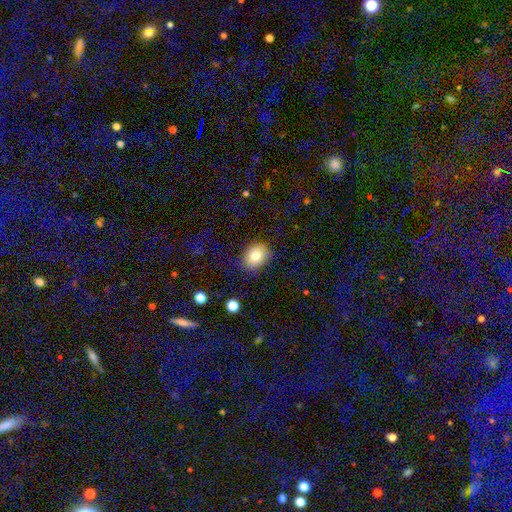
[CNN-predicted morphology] The model was most divided on "how rounded": in between: 62%, round: 37%, cigar-shaped: 1%. More confident: smooth or featured — smooth (81%); merging — none (78%).